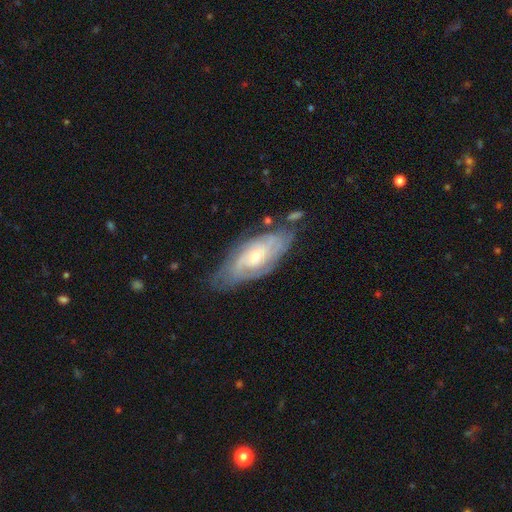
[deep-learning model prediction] Smooth or featured? featured or disk (80%)
Edge-on disk? no (91%)
Bar? no (63%)
Spiral arms? yes (92%)
Spiral winding? tight (64%)
Spiral arm count? can't tell (41%)
Bulge size? small (61%)
Merging? none (65%)